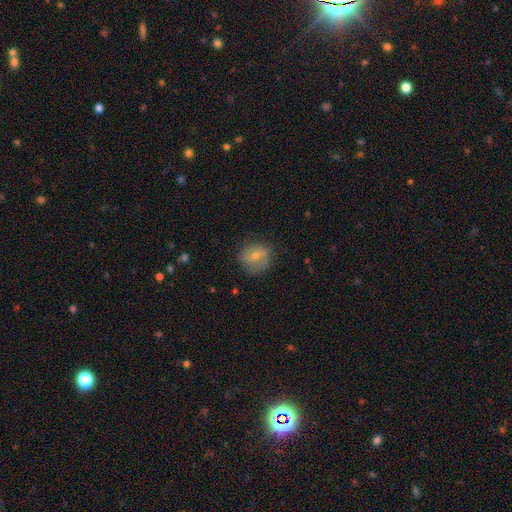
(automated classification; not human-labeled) This appears to be a smooth galaxy with no disk features (55%) that is round (79%). Merging: none (71%).